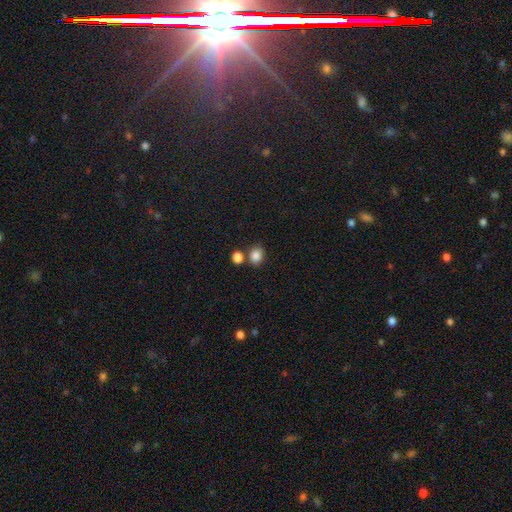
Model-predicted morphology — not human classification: smooth_or_featured: smooth (p=0.85) [alt: star or artifact p=0.11]
how_rounded: round (p=0.56) [alt: in between p=0.43]
merging: none (p=0.68) [alt: merger p=0.18]